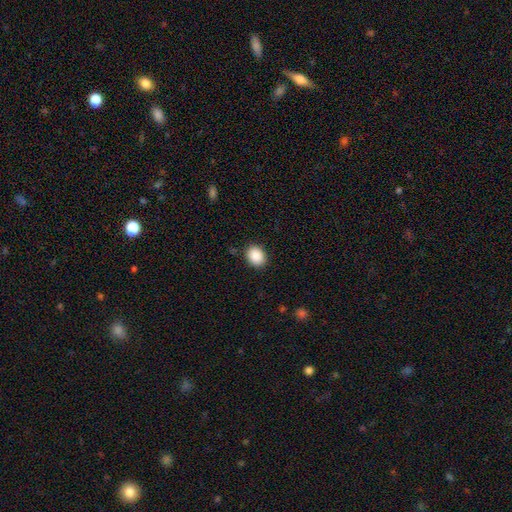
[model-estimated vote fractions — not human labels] A smooth galaxy with no disk features (89%) that is in between round and cigar-shaped (56%). Merging: none (88%).